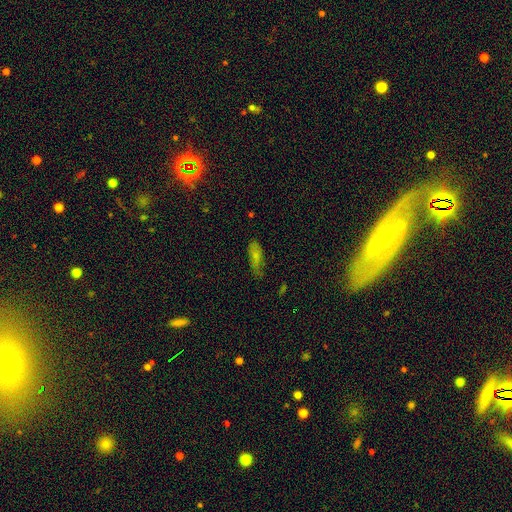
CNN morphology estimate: Overall: smooth (72%). How rounded: in between (67%; cigar-shaped 30%). Merging: none (56%; minor disturbance 31%).